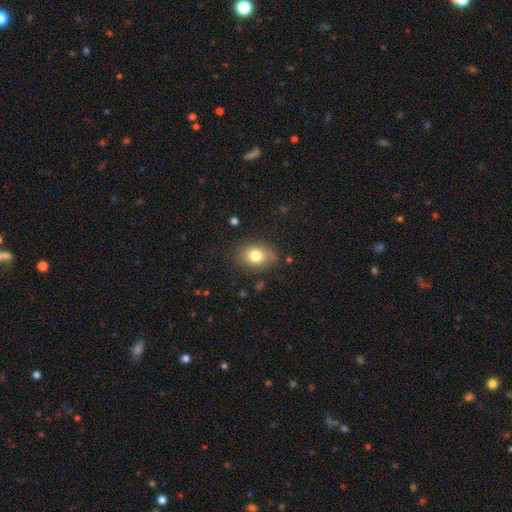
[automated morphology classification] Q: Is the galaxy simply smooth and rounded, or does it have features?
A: smooth — 79%.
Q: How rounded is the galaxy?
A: in between — 61%.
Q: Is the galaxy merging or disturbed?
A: none — 82%.